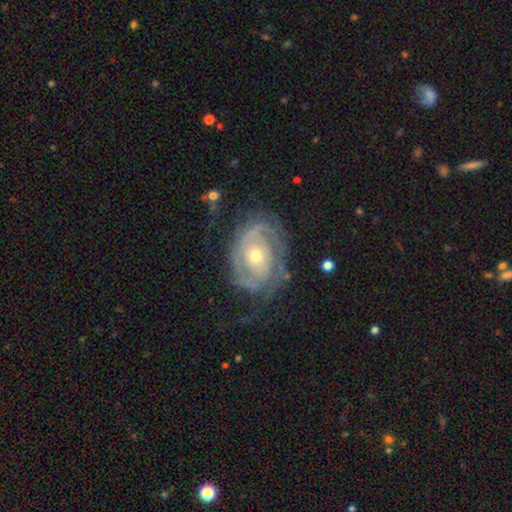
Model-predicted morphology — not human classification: Smooth or featured: featured or disk — 85% (smooth — 9%)
Edge-on disk: no — 96% (yes — 4%)
Bar: no — 76% (weak — 18%)
Spiral arms: yes — 90% (no — 10%)
Spiral winding: tight — 69% (medium — 24%)
Spiral arm count: 2 — 38% (can't tell — 32%)
Bulge size: moderate — 49% (small — 47%)
Merging: none — 64% (minor disturbance — 21%)